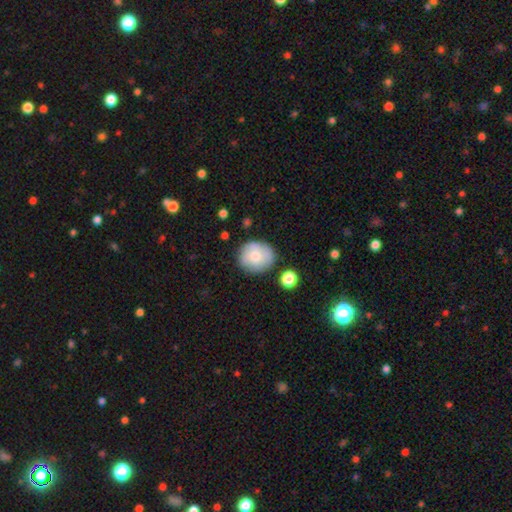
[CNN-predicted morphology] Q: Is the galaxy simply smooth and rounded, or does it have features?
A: smooth — 68%.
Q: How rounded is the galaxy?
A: round — 80%.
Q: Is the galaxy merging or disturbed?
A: none — 77%.